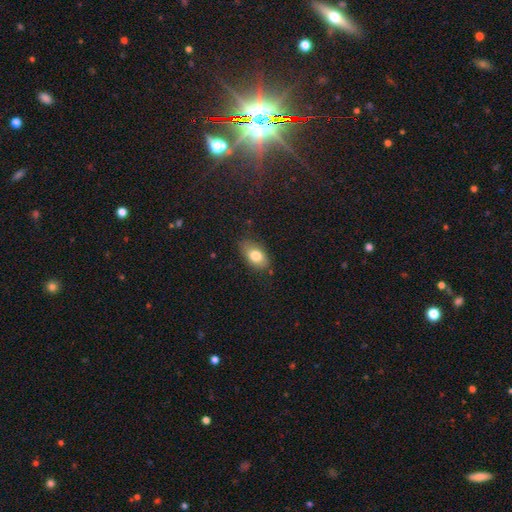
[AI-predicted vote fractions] This appears to be a smooth galaxy with no disk features (78%) that is in between round and cigar-shaped (90%). Merging: none (74%).